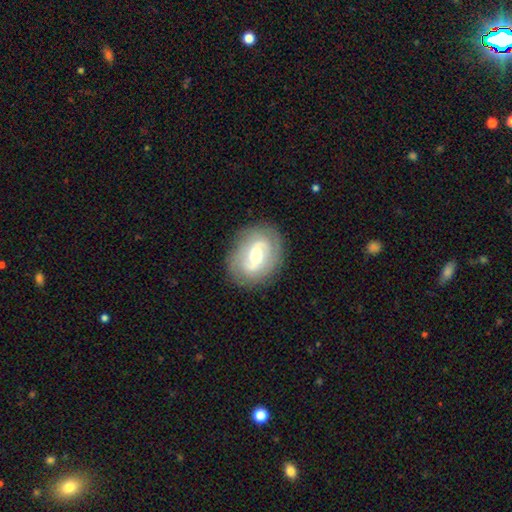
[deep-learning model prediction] Smooth or featured? Predicted: featured or disk (p=0.70). Edge-on disk? Predicted: no (p=0.95). Bar? Predicted: weak (p=0.43). Spiral arms? Predicted: yes (p=0.73). Bulge size? Predicted: moderate (p=0.65). Merging? Predicted: none (p=0.80).